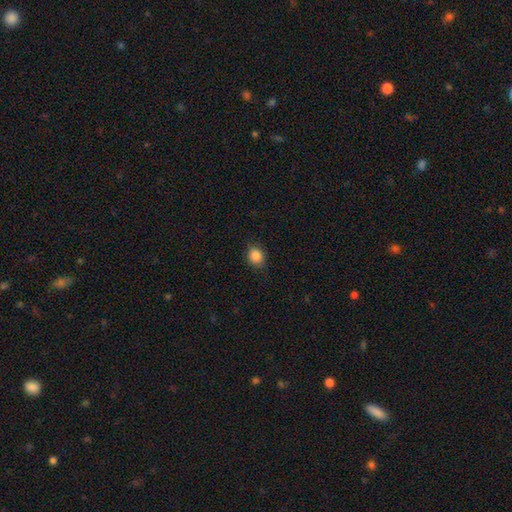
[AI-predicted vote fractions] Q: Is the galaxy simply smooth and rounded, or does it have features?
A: smooth — 85%.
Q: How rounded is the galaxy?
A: round — 65%.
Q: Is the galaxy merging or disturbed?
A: none — 87%.